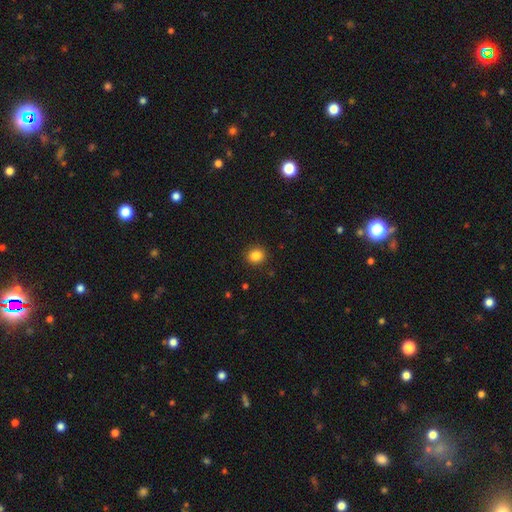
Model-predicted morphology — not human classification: smooth 85%, star or artifact 11%, featured or disk 4%. Down the decision tree: how rounded — round (79%); merging — none (90%).